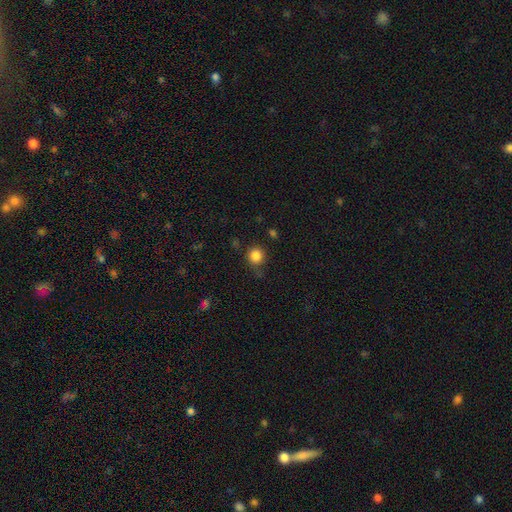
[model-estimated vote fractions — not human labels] smooth-or-featured: smooth: 85% | star or artifact: 11% | featured or disk: 4%
  how-rounded: round: 92% | in between: 7% | cigar-shaped: 1%
  merging: none: 81% | minor disturbance: 12% | major disturbance: 3% | merger: 3%